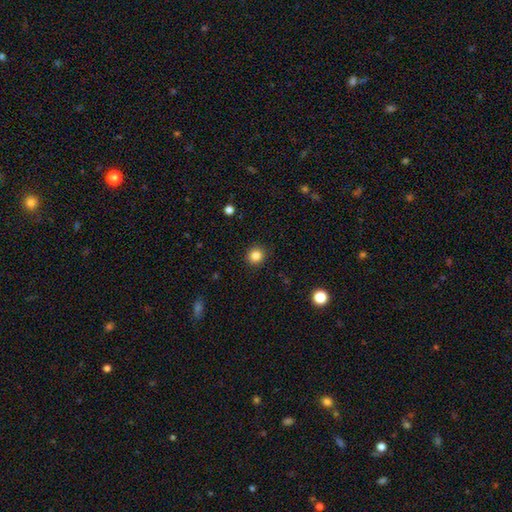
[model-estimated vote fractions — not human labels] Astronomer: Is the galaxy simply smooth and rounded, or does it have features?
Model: smooth — 84%.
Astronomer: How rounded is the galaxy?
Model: round — 90%.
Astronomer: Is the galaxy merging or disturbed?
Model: none — 91%.